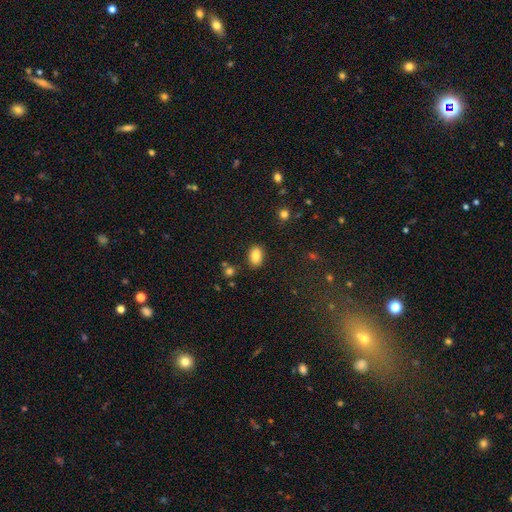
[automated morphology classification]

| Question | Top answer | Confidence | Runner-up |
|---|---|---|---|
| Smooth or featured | smooth | 84% | star or artifact (9%) |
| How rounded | in between | 85% | round (14%) |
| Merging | none | 85% | minor disturbance (10%) |